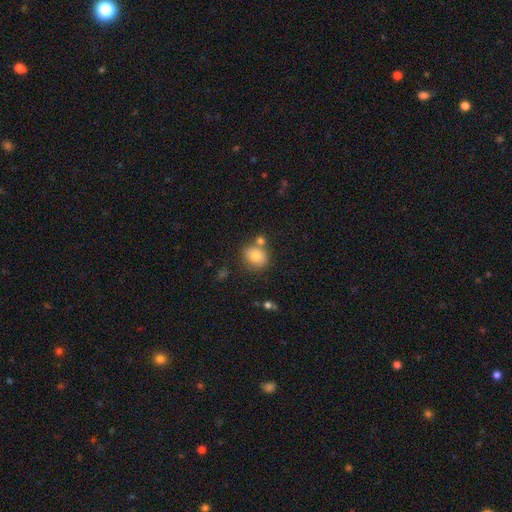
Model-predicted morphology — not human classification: The model was most divided on "how rounded": round: 58%, in between: 41%, cigar-shaped: 1%. More confident: smooth or featured — smooth (81%); merging — none (66%).